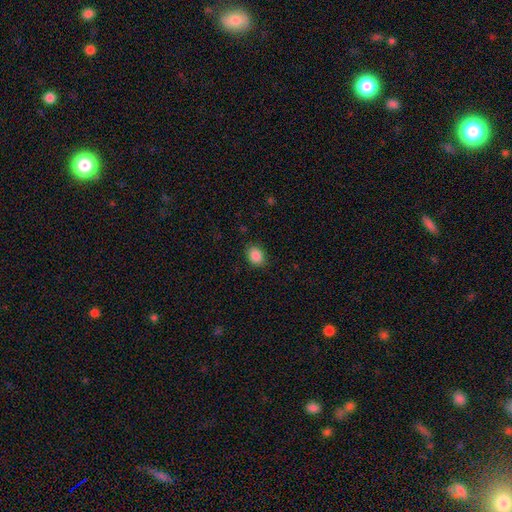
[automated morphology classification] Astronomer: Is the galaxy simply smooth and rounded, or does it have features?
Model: smooth — 88%.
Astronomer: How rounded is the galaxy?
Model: in between — 63%.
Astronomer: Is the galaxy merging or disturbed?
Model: none — 86%.